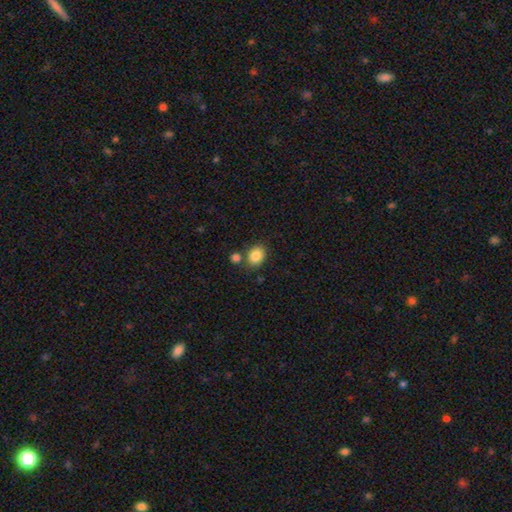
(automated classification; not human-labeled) A smooth galaxy with no disk features (86%) that is in between round and cigar-shaped (55%). Merging: none (71%).